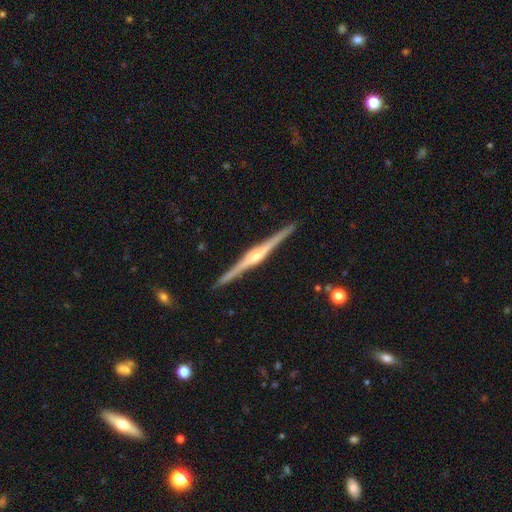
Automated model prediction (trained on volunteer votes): Q: Smooth or featured?
A: featured or disk (87%); runner-up: smooth (8%)
Q: Edge-on disk?
A: yes (99%); runner-up: no (1%)
Q: Edge-on bulge?
A: rounded (81%); runner-up: boxy (11%)
Q: Merging?
A: none (92%); runner-up: minor disturbance (5%)